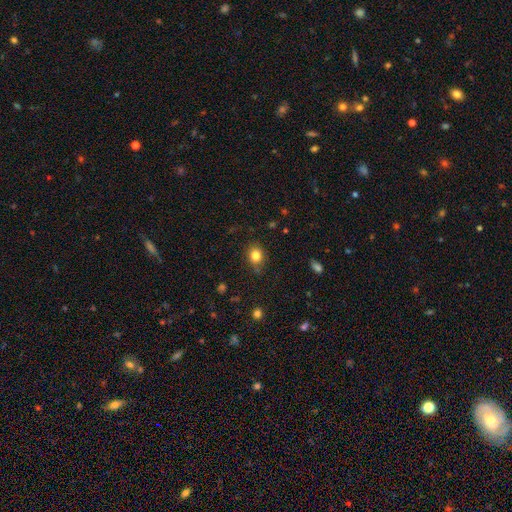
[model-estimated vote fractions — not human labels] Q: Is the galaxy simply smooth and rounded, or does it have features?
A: smooth — 82%.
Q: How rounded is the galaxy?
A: round — 68%.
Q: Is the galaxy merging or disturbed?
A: none — 81%.